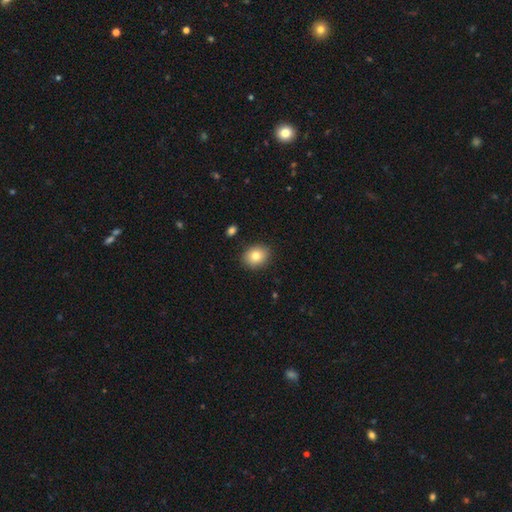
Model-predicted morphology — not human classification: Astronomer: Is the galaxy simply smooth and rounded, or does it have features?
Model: smooth — 80%.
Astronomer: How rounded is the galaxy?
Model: round — 57% (runner-up: in between, 42%).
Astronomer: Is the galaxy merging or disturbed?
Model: none — 88%.